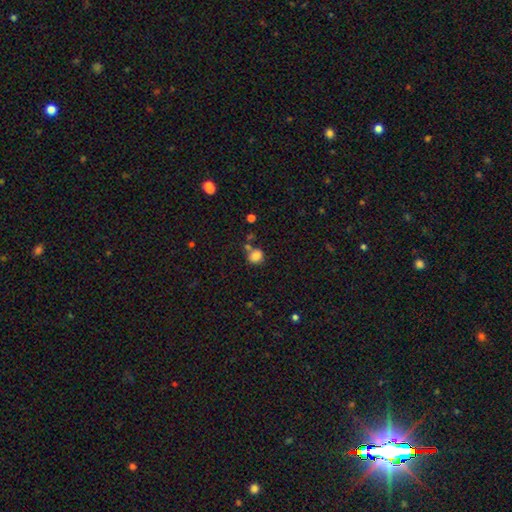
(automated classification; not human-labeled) Smooth or featured?
  - smooth: 83% *
  - star or artifact: 11%
  - featured or disk: 6%
How rounded?
  - round: 78% *
  - in between: 21%
  - cigar-shaped: 1%
Merging?
  - none: 65% *
  - merger: 17%
  - minor disturbance: 13%
  - major disturbance: 5%